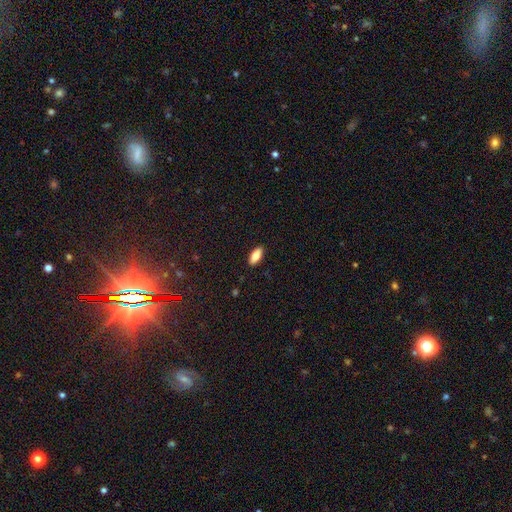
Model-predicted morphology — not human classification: A smooth galaxy with no disk features (81%) that is in between round and cigar-shaped (86%). Merging: none (89%).